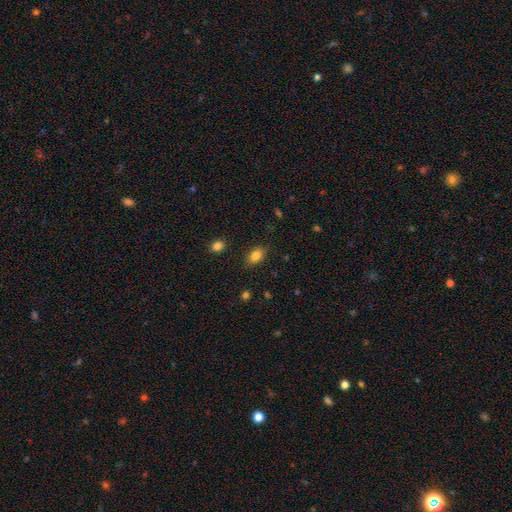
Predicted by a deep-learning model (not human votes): Smooth or featured?
  - smooth: 84% *
  - star or artifact: 9%
  - featured or disk: 7%
How rounded?
  - in between: 83% *
  - round: 16%
  - cigar-shaped: 2%
Merging?
  - none: 85% *
  - minor disturbance: 11%
  - major disturbance: 3%
  - merger: 1%